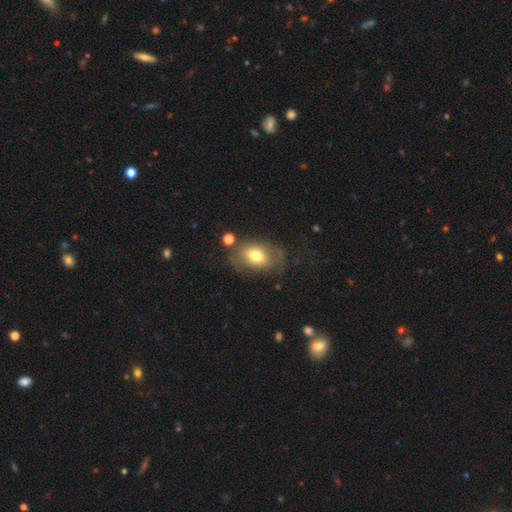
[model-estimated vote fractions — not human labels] smooth 72%, featured or disk 18%, star or artifact 10%. Down the decision tree: how rounded — in between (78%); merging — none (60%).